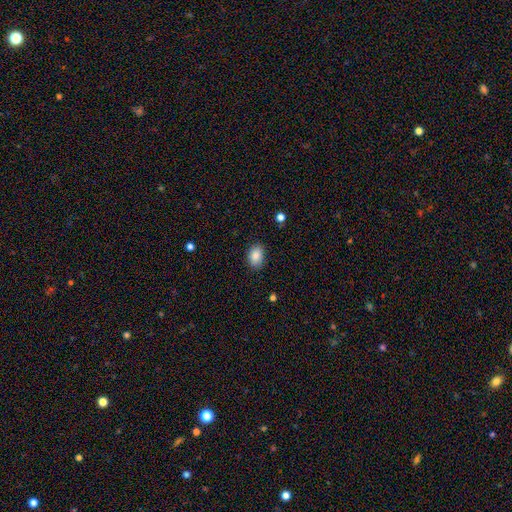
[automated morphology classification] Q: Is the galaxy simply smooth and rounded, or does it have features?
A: smooth — 86%.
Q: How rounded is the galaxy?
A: in between — 77%.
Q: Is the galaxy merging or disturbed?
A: none — 84%.